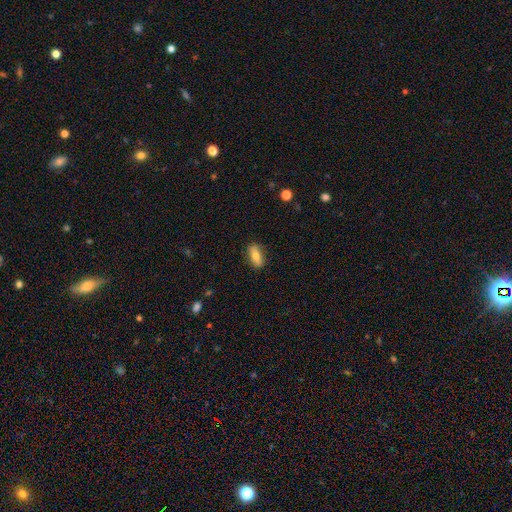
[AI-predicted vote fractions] smooth_or_featured: smooth (p=0.70) [alt: featured or disk p=0.23]
how_rounded: in between (p=0.78) [alt: cigar-shaped p=0.18]
merging: none (p=0.84) [alt: minor disturbance p=0.13]